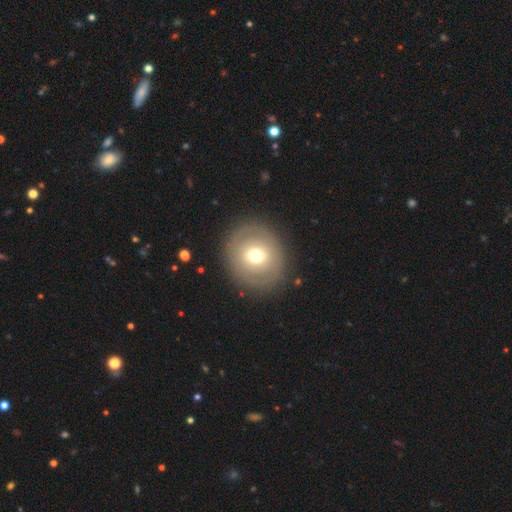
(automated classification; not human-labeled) Q: Smooth or featured?
A: smooth (62%); runner-up: featured or disk (28%)
Q: How rounded?
A: round (86%); runner-up: in between (13%)
Q: Merging?
A: none (87%); runner-up: minor disturbance (7%)